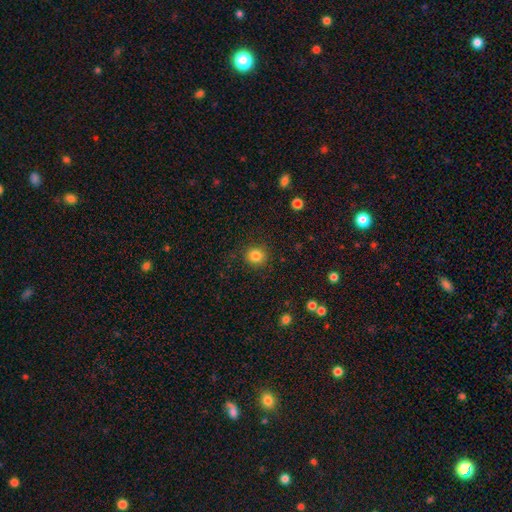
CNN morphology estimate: The model was most divided on "smooth or featured": smooth: 84%, star or artifact: 11%, featured or disk: 5%. More confident: how rounded — round (90%); merging — none (90%).